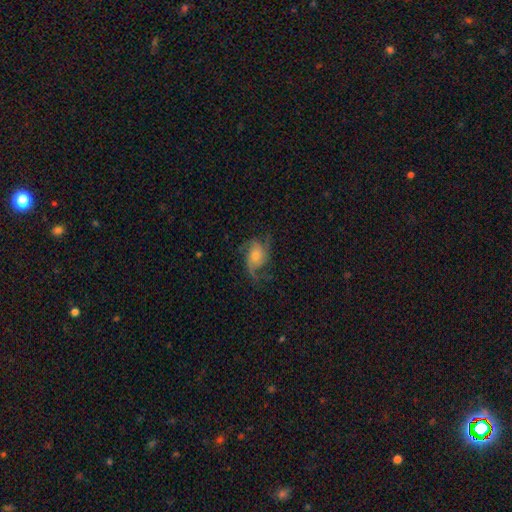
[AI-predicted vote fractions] Smooth or featured?
  - featured or disk: 79% *
  - smooth: 14%
  - star or artifact: 8%
Edge-on disk?
  - no: 97% *
  - yes: 3%
Bar?
  - no: 71% *
  - weak: 24%
  - strong: 5%
Spiral arms?
  - yes: 95% *
  - no: 5%
Spiral winding?
  - medium: 45% *
  - loose: 40%
  - tight: 15%
Spiral arm count?
  - 3: 37% *
  - 2: 35%
  - can't tell: 11%
  - 4: 7%
  - 1: 6%
  - more than 4: 4%
Bulge size?
  - moderate: 43% *
  - small: 41%
  - large: 8%
  - none: 5%
  - dominant: 2%
Merging?
  - none: 63% *
  - minor disturbance: 19%
  - major disturbance: 17%
  - merger: 1%